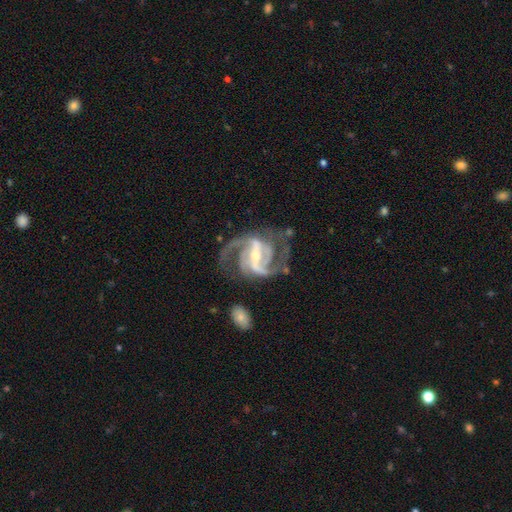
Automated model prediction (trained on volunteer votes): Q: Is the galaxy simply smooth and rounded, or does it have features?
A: featured or disk — 93%.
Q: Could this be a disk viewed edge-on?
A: no — 98%.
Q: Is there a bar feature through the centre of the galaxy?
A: strong — 62%.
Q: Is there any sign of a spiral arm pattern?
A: yes — 98%.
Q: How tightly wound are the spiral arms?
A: medium — 61%.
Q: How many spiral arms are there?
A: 2 — 45%.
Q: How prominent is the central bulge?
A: small — 54%.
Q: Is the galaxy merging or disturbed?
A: none — 63%.